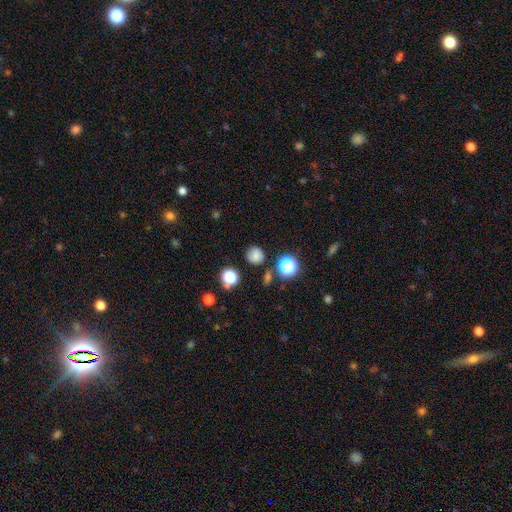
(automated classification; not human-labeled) A smooth galaxy with no disk features (73%) that is round (86%). Merging: none (81%).